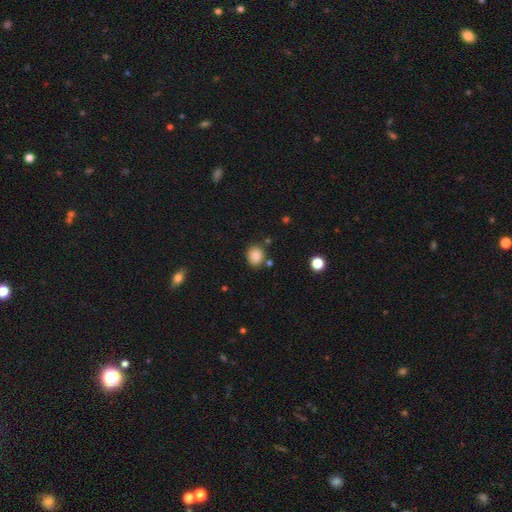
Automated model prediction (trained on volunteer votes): This is clearly a smooth galaxy (84%). How rounded: likely round (68%). Merging: likely none (80%).